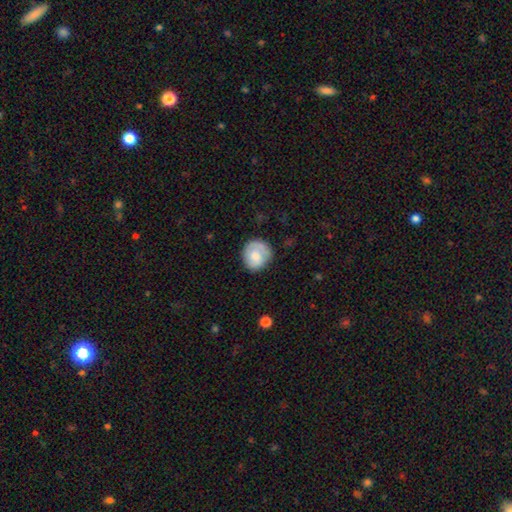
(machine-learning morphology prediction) type=smooth (62%); roundness=round (81%); merging=none (71%).